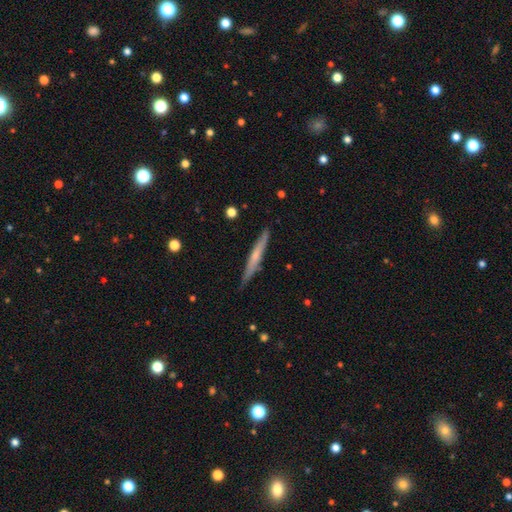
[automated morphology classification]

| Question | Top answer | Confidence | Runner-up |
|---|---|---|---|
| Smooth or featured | featured or disk | 49% | smooth (45%) |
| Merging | none | 86% | minor disturbance (11%) |